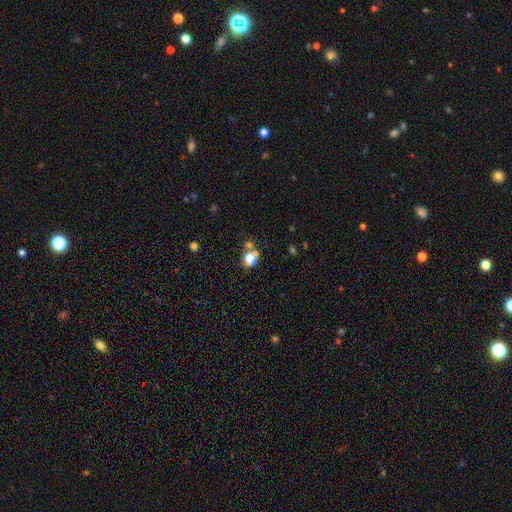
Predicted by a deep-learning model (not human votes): This is likely a smooth galaxy (65%). How rounded: likely round (70%). Merging: likely none (61%).